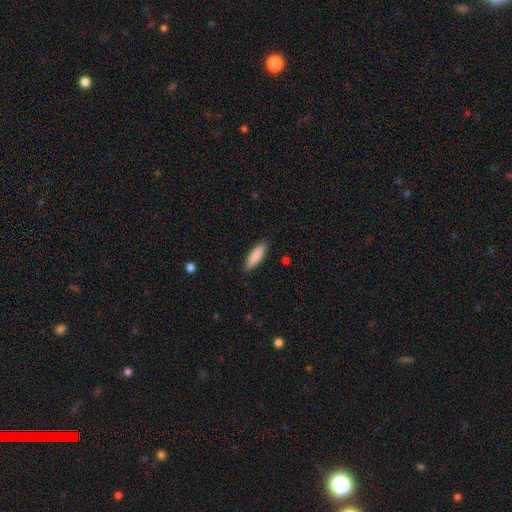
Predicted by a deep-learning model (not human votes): A smooth galaxy with no disk features (87%) that is cigar-shaped (58%).

Vote fractions:
- Smooth or featured? smooth: 87% / featured or disk: 8% / star or artifact: 6%
- How rounded? cigar-shaped: 58% / in between: 41% / round: 1%
- Merging? none: 88% / minor disturbance: 9% / major disturbance: 2% / merger: 1%